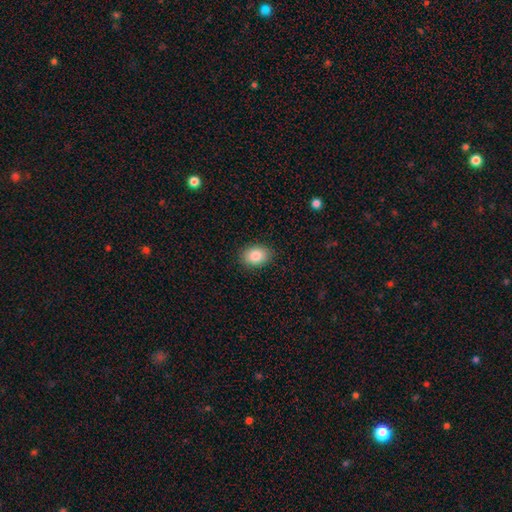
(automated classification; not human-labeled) smooth 86%, star or artifact 8%, featured or disk 6%. Down the decision tree: how rounded — in between (71%); merging — none (89%).